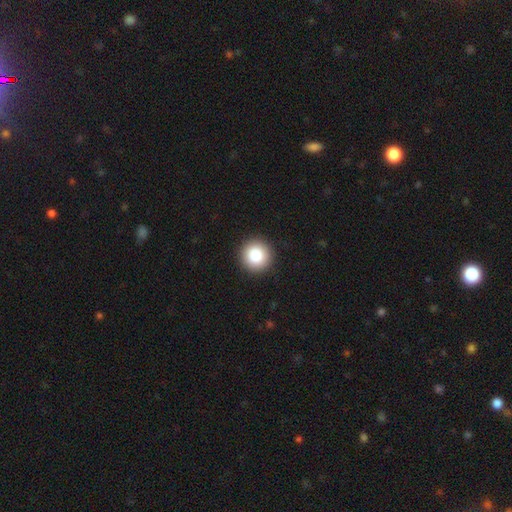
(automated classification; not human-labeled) This appears to be a smooth galaxy with no disk features (85%) that is round (96%). Merging: none (93%).